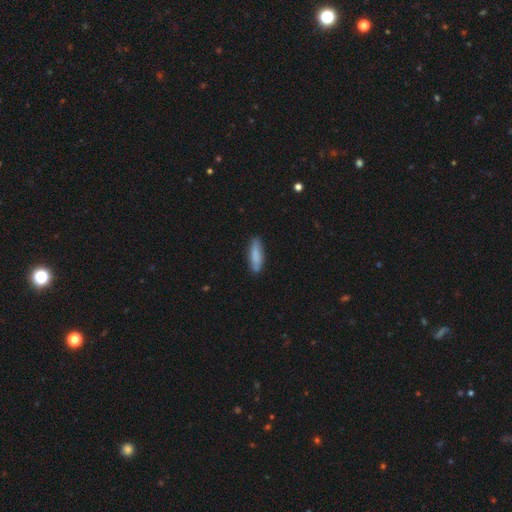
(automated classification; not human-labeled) The model was most divided on "how rounded": cigar-shaped: 63%, in between: 35%, round: 2%. More confident: merging — none (83%); smooth or featured — smooth (82%).